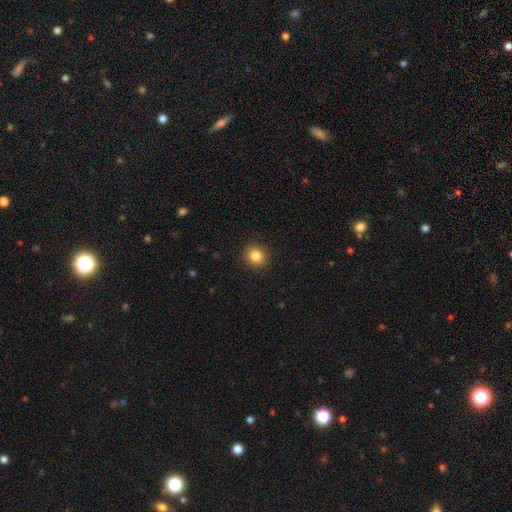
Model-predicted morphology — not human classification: Overall: smooth (85%). How rounded: round (82%). Merging: none (91%).